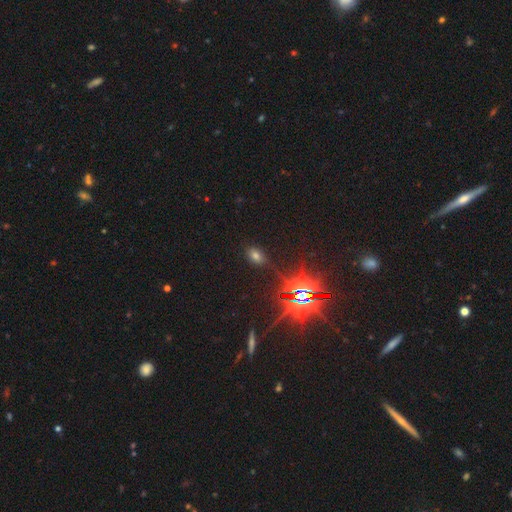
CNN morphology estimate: Smooth or featured? Predicted: smooth (p=0.52). How rounded? Predicted: in between (p=0.82). Merging? Predicted: none (p=0.83).